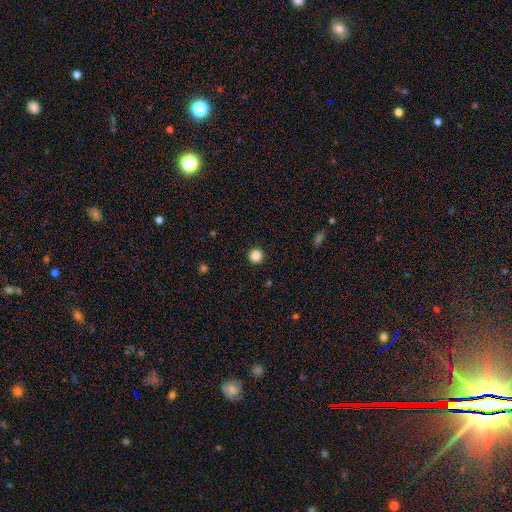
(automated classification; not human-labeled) Smooth or featured? smooth (87%)
How rounded? round (96%)
Merging? none (93%)